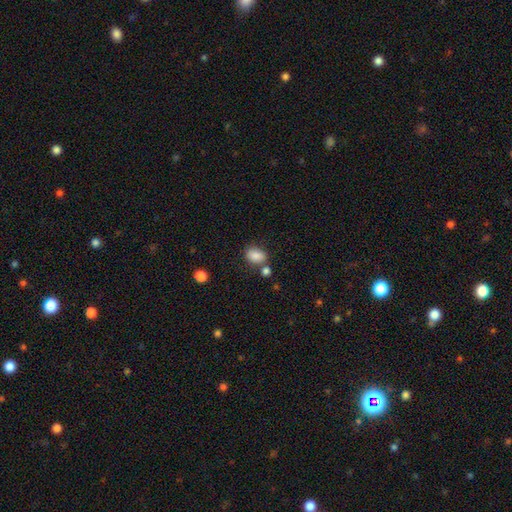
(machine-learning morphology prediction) Smooth or featured: smooth — 86% (star or artifact — 9%)
How rounded: in between — 77% (round — 21%)
Merging: none — 62% (merger — 18%)